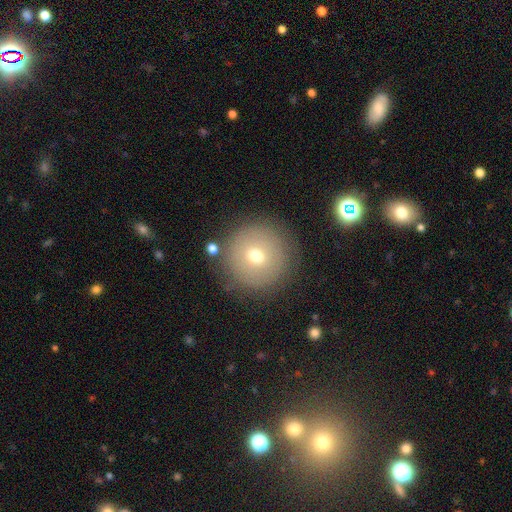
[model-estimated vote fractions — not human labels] smooth-or-featured: smooth: 68% | featured or disk: 20% | star or artifact: 12%
  how-rounded: round: 96% | in between: 3% | cigar-shaped: 1%
  merging: none: 83% | minor disturbance: 10% | major disturbance: 4% | merger: 3%